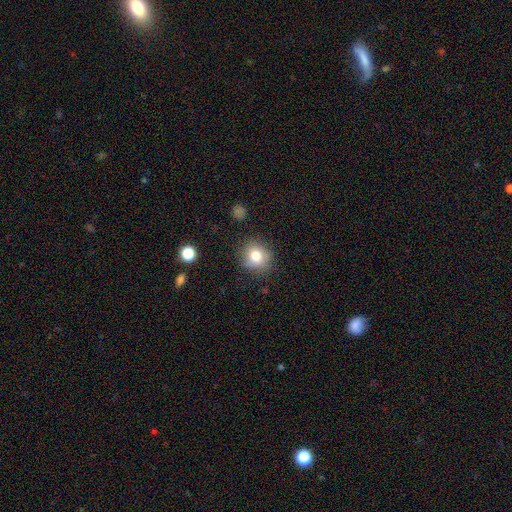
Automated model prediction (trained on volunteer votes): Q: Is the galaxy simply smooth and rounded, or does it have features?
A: smooth — 80%.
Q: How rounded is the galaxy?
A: round — 82%.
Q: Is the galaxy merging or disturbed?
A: none — 80%.